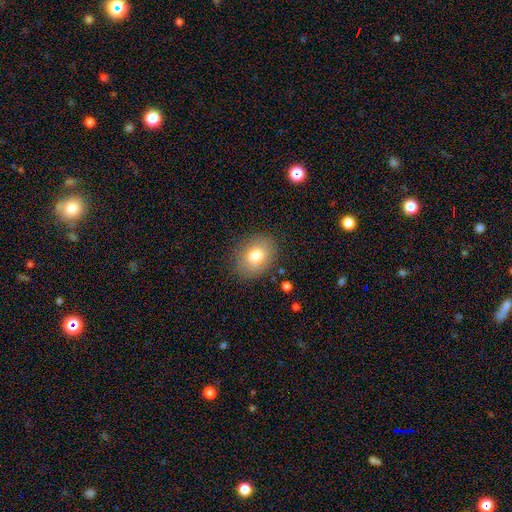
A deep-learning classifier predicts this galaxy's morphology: smooth-or-featured: smooth: 77% | featured or disk: 14% | star or artifact: 9%
  how-rounded: in between: 58% | round: 41% | cigar-shaped: 1%
  merging: none: 83% | minor disturbance: 12% | major disturbance: 4% | merger: 2%